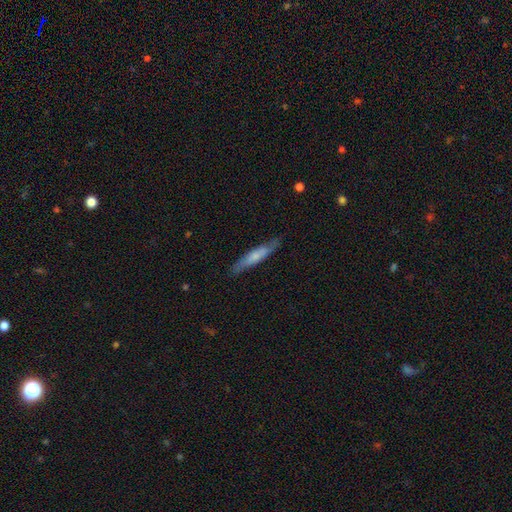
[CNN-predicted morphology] The model was most divided on "smooth or featured": smooth: 57%, featured or disk: 38%, star or artifact: 6%. More confident: how rounded — cigar-shaped (87%); merging — none (81%).